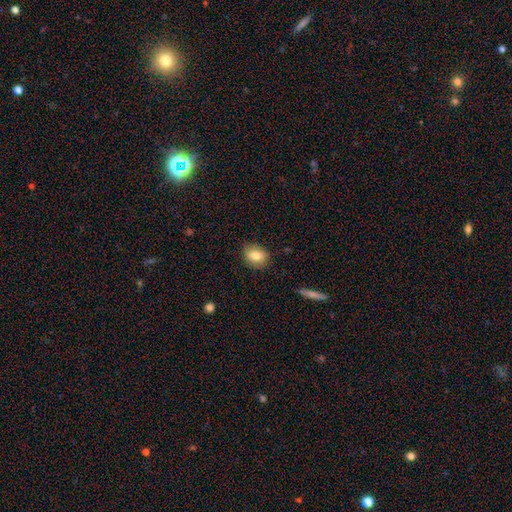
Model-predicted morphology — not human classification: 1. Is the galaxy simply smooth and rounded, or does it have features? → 79% smooth, 13% featured or disk, 9% star or artifact.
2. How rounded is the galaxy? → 56% in between, 43% round, 2% cigar-shaped.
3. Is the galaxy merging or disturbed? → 83% none, 13% minor disturbance, 3% major disturbance, 1% merger.